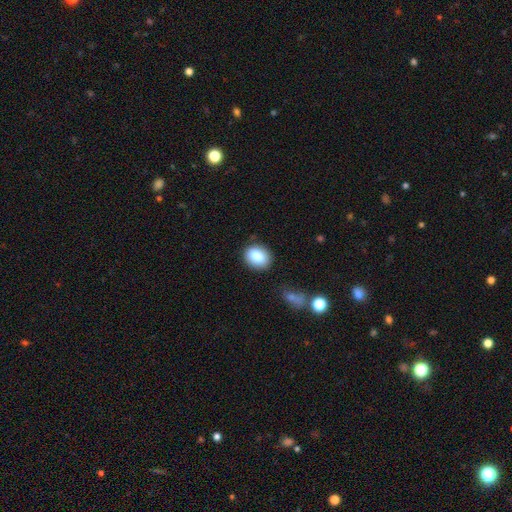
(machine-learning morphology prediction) The model was most divided on "how rounded": round: 55%, in between: 44%, cigar-shaped: 1%. More confident: merging — none (84%); smooth or featured — smooth (84%).